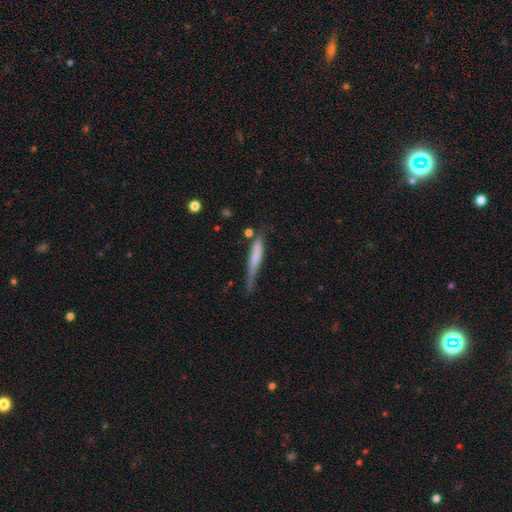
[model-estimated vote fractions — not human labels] smooth 60%, featured or disk 33%, star or artifact 7%. Down the decision tree: how rounded — cigar-shaped (92%); merging — none (50%).